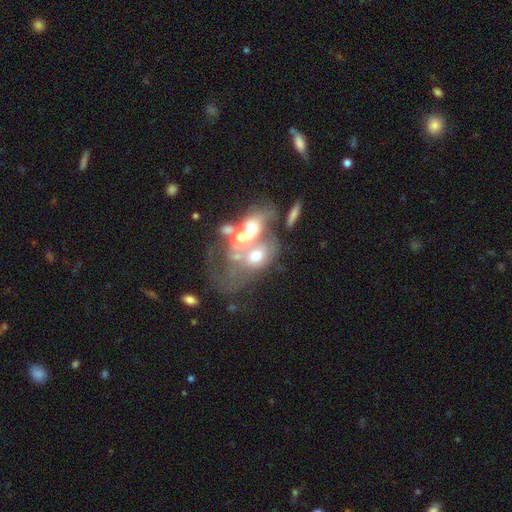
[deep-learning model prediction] Smooth or featured: featured or disk — 48% (smooth — 33%)
Merging: merger — 60% (major disturbance — 20%)